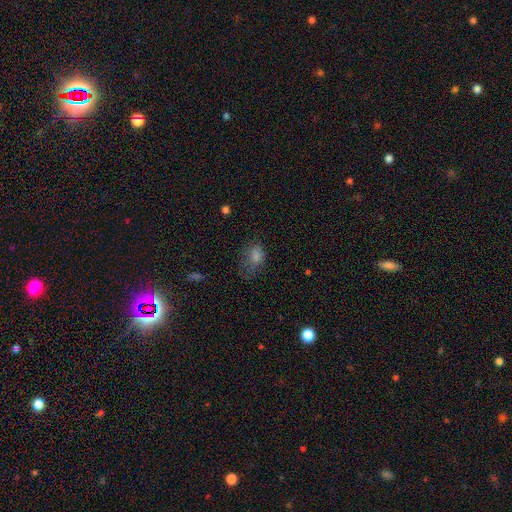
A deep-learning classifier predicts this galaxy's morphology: Smooth or featured? Predicted: smooth (p=0.68). How rounded? Predicted: in between (p=0.77). Merging? Predicted: none (p=0.43).